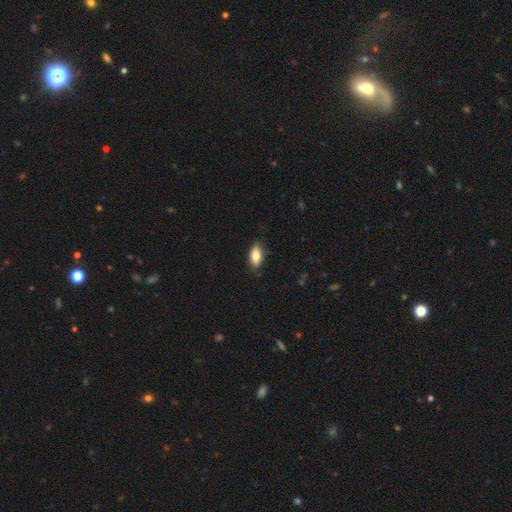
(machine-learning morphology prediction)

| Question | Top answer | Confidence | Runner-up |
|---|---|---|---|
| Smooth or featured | smooth | 78% | featured or disk (15%) |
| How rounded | in between | 86% | cigar-shaped (11%) |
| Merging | none | 84% | minor disturbance (13%) |